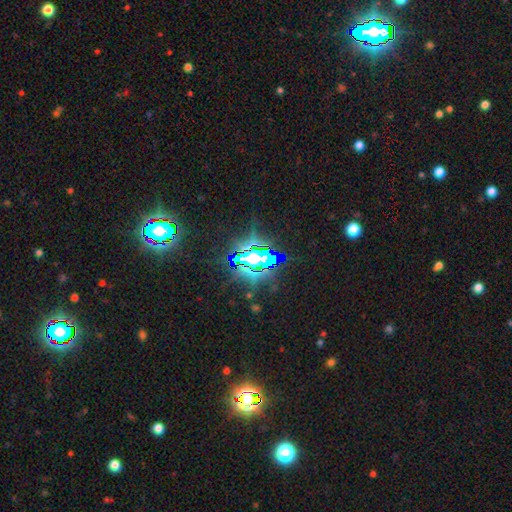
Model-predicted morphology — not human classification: star or artifact 82%, smooth 9%, featured or disk 9%.